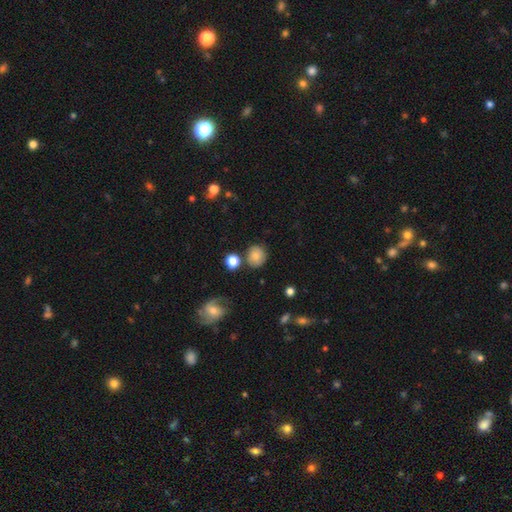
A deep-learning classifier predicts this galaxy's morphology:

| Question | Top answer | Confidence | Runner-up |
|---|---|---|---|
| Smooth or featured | smooth | 71% | featured or disk (18%) |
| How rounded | round | 81% | in between (18%) |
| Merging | none | 75% | minor disturbance (14%) |